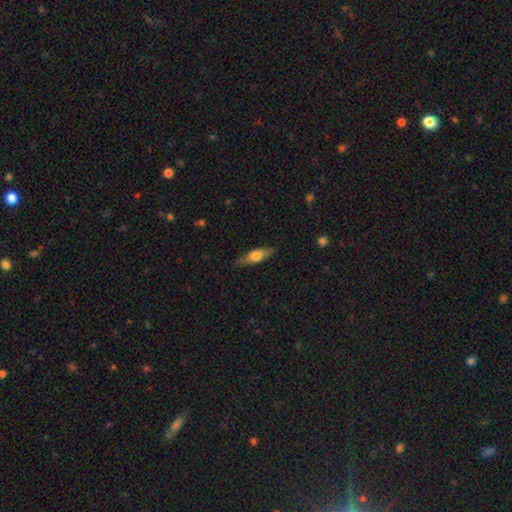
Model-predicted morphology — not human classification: Smooth or featured: smooth — 56% (featured or disk — 38%)
How rounded: in between — 50% (cigar-shaped — 46%)
Merging: none — 81% (minor disturbance — 15%)